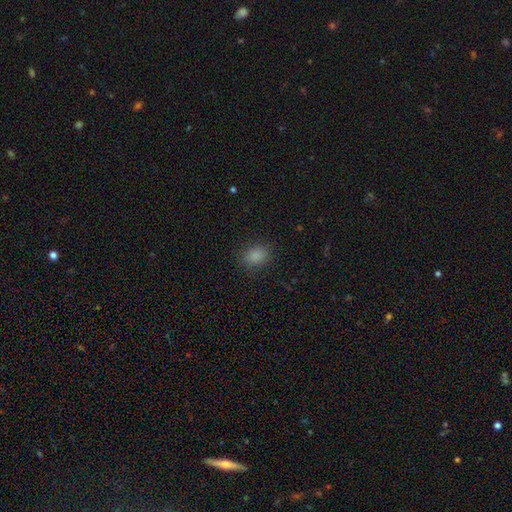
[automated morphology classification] This appears to be a smooth galaxy with no disk features (85%) that is in between round and cigar-shaped (64%). Merging: none (86%).